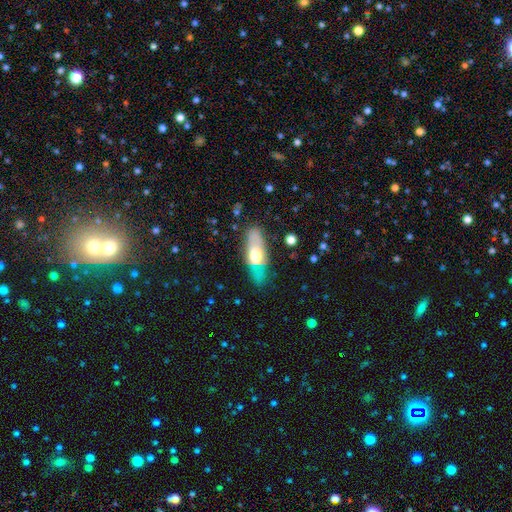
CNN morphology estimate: Smooth or featured: smooth — 51% (featured or disk — 42%)
How rounded: in between — 66% (cigar-shaped — 29%)
Merging: none — 65% (minor disturbance — 22%)